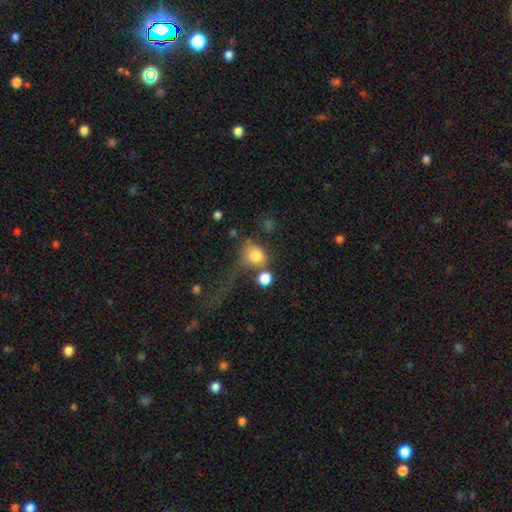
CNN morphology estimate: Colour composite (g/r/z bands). It shows a smooth galaxy with no disk features (75%) that is round (58%). Merging: major disturbance (29%, tied with none).